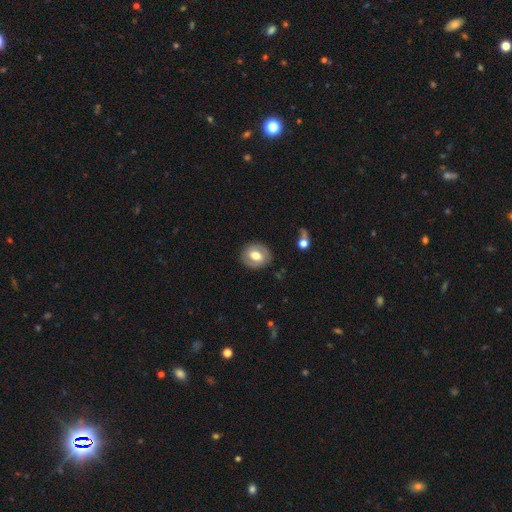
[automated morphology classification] smooth 61%, featured or disk 32%, star or artifact 7%. Down the decision tree: how rounded — round (58%); merging — none (84%).